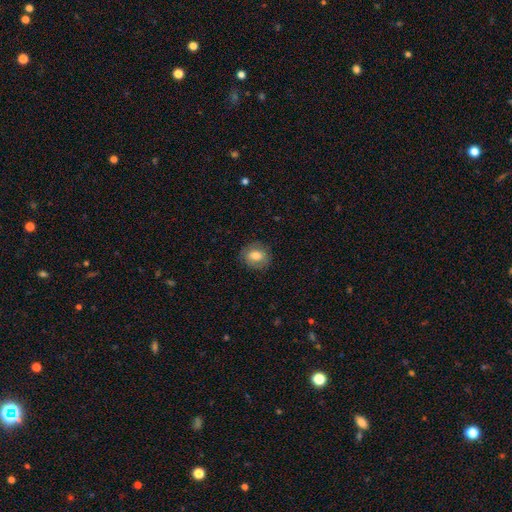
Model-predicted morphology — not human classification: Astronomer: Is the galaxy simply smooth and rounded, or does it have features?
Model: smooth — 72%.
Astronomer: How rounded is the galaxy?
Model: round — 64%.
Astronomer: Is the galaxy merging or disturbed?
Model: none — 84%.